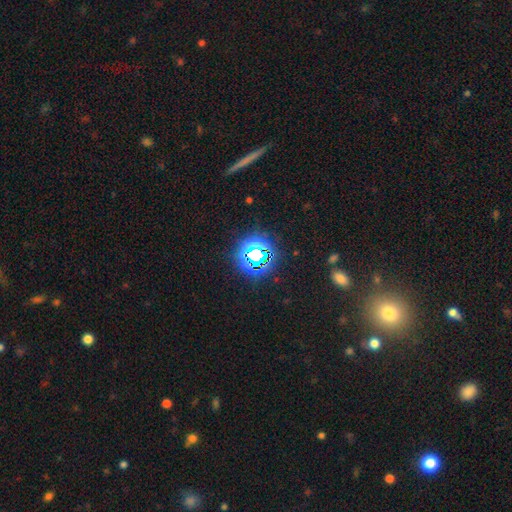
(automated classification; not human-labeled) Smooth or featured?
  - star or artifact: 70% *
  - smooth: 20%
  - featured or disk: 10%